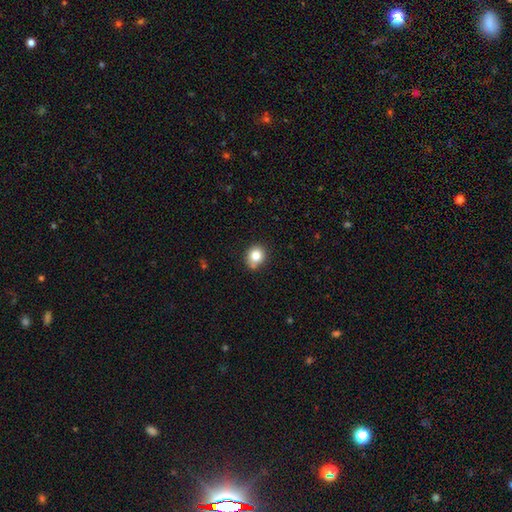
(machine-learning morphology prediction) This appears to be a smooth galaxy with no disk features (82%) that is round (74%). Merging: none (75%).